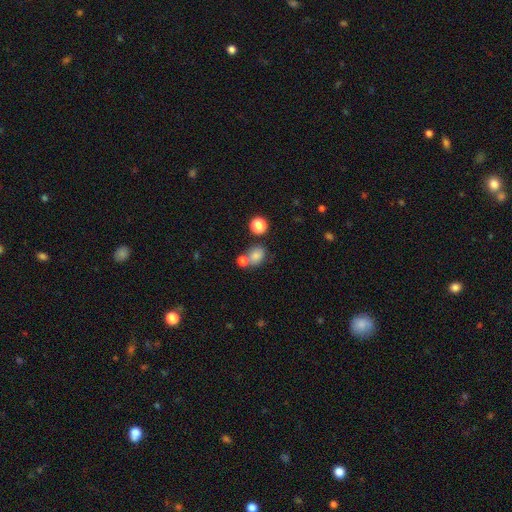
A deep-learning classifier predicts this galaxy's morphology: Overall: smooth (79%). How rounded: in between (52%; round 47%). Merging: none (51%; merger 30%).